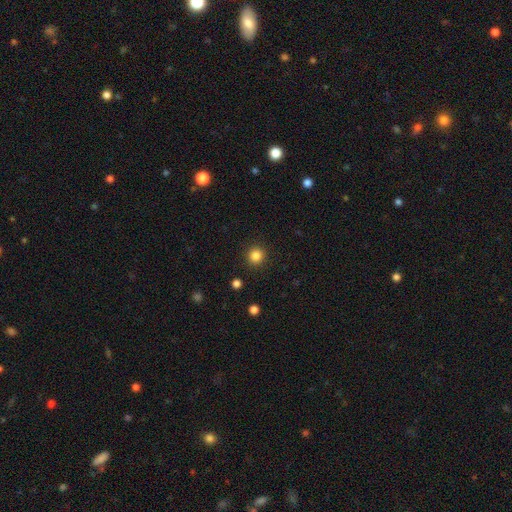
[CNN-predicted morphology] Smooth or featured? Predicted: smooth (p=0.84). How rounded? Predicted: round (p=0.93). Merging? Predicted: none (p=0.92).